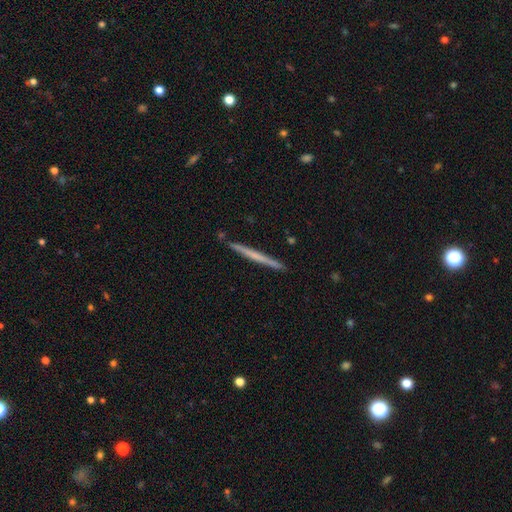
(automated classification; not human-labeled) Q: Smooth or featured?
A: featured or disk (48%); runner-up: smooth (46%)
Q: Merging?
A: none (91%); runner-up: minor disturbance (6%)